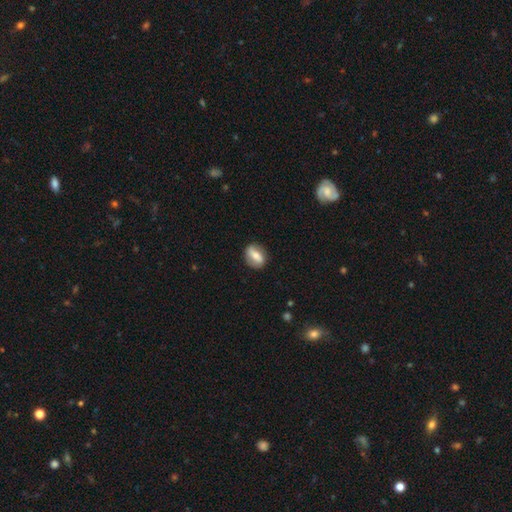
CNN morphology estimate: This appears to be a smooth galaxy with no disk features (49%). Merging: none (83%).